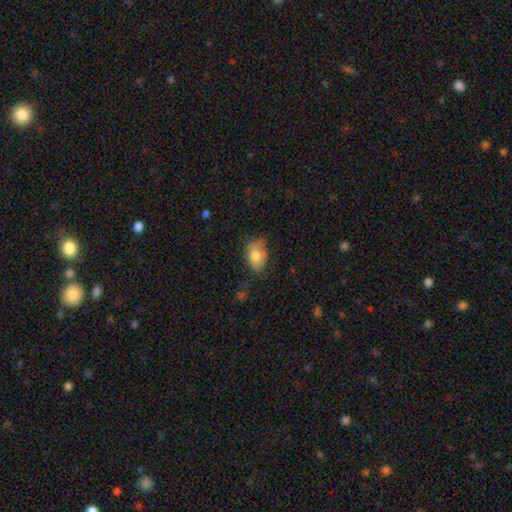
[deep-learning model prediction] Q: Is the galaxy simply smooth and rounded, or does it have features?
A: smooth — 75%.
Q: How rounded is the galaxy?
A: in between — 83%.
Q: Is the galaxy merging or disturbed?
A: none — 55%.